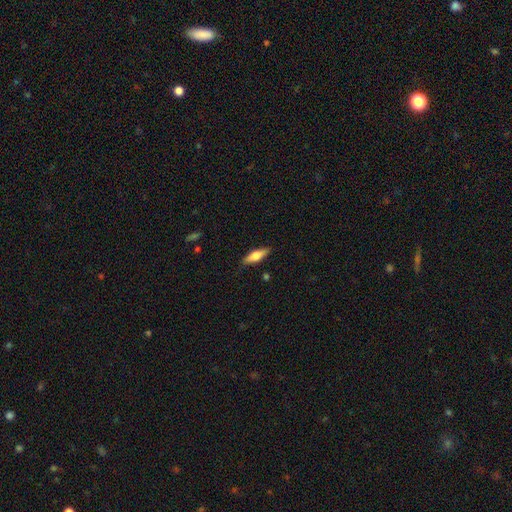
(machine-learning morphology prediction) Overall: smooth (57%; featured or disk 37%). How rounded: cigar-shaped (50%; in between 48%). Merging: none (86%).